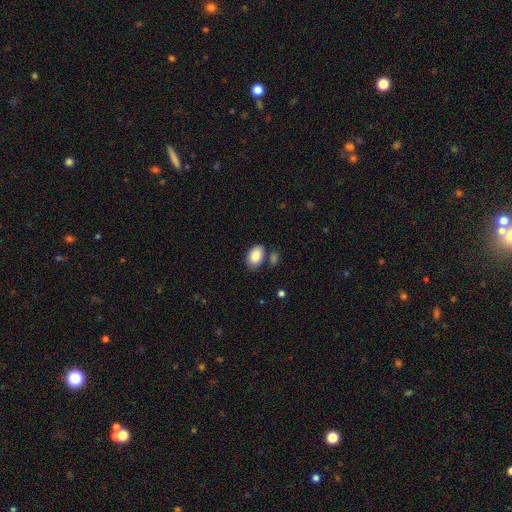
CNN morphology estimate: A smooth galaxy with no disk features (86%) that is in between round and cigar-shaped (90%).

Vote fractions:
- Smooth or featured? smooth: 86% / featured or disk: 7% / star or artifact: 7%
- How rounded? in between: 90% / round: 9% / cigar-shaped: 1%
- Merging? none: 68% / minor disturbance: 16% / merger: 12% / major disturbance: 4%